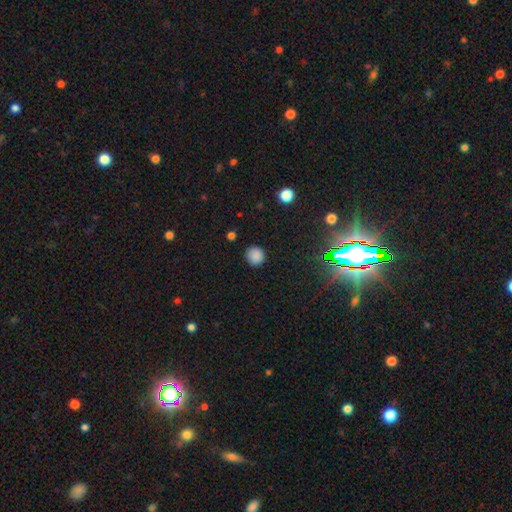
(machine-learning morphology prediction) This appears to be a smooth galaxy with no disk features (84%) that is round (92%). Merging: none (88%).